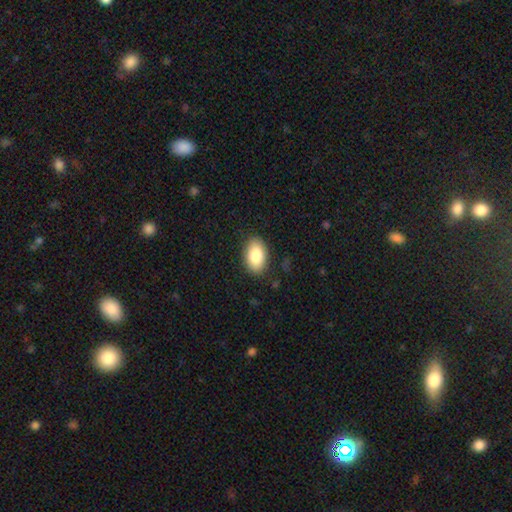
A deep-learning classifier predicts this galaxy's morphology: Smooth or featured? smooth (84%)
How rounded? in between (91%)
Merging? none (86%)